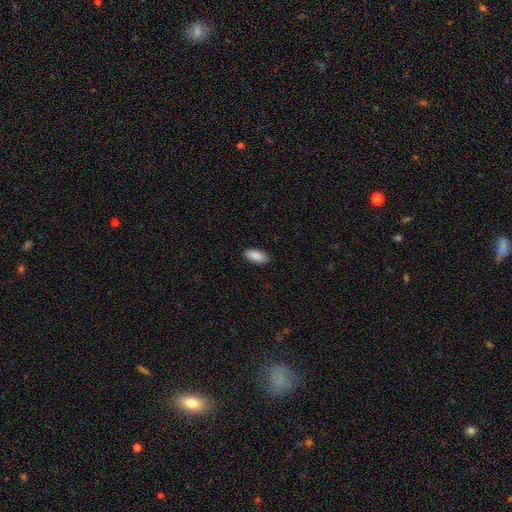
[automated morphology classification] A smooth galaxy with no disk features (89%) that is in between round and cigar-shaped (89%). Merging: none (89%).